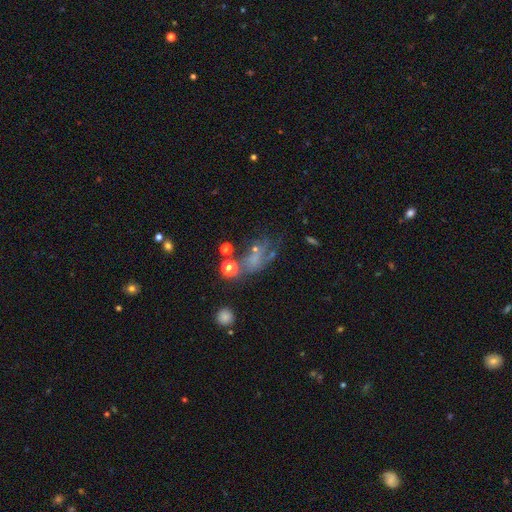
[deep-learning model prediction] Smooth or featured? featured or disk (36%)
Merging? none (37%)